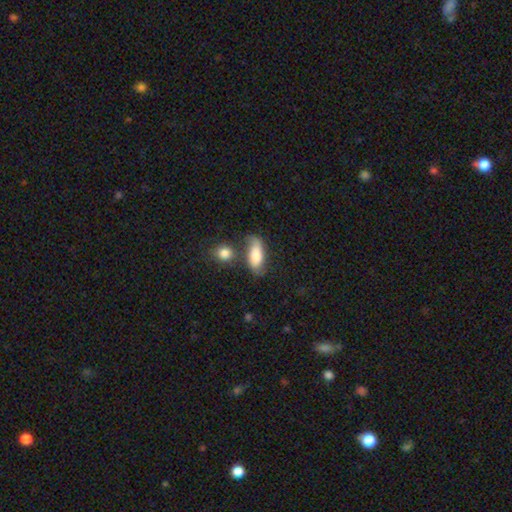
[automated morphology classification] Smooth or featured?
  - smooth: 76% *
  - featured or disk: 17%
  - star or artifact: 7%
How rounded?
  - in between: 84% *
  - cigar-shaped: 12%
  - round: 5%
Merging?
  - none: 44% *
  - minor disturbance: 24%
  - merger: 20%
  - major disturbance: 11%